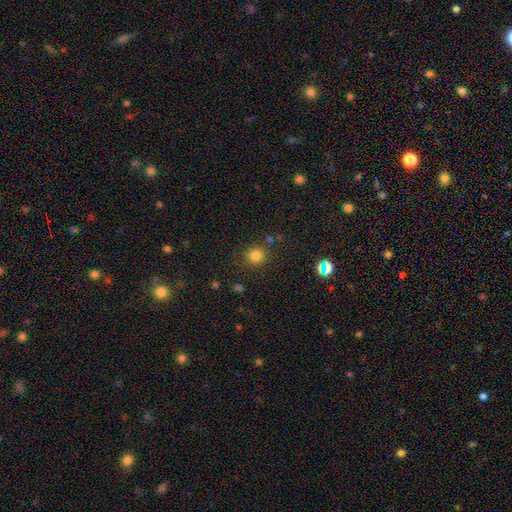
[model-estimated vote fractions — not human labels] Smooth or featured? smooth (79%)
How rounded? round (90%)
Merging? none (83%)